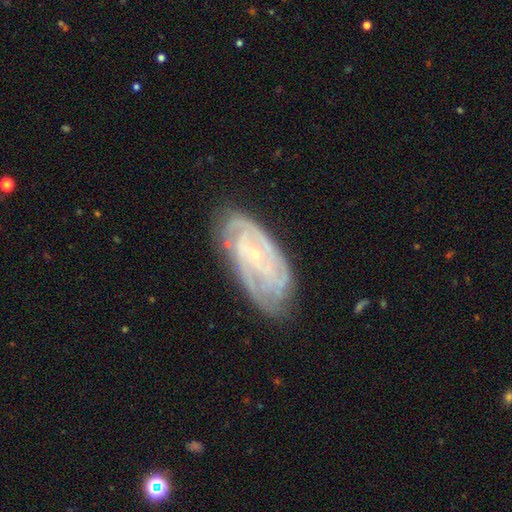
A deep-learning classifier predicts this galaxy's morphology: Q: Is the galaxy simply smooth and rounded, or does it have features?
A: featured or disk — 85%.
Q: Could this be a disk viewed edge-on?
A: no — 95%.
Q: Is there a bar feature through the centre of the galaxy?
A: no — 62%.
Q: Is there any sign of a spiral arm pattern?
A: yes — 95%.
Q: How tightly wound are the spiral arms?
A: tight — 72%.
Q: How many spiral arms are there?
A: can't tell — 29%.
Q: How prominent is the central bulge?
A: small — 84%.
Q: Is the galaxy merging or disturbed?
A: none — 73%.